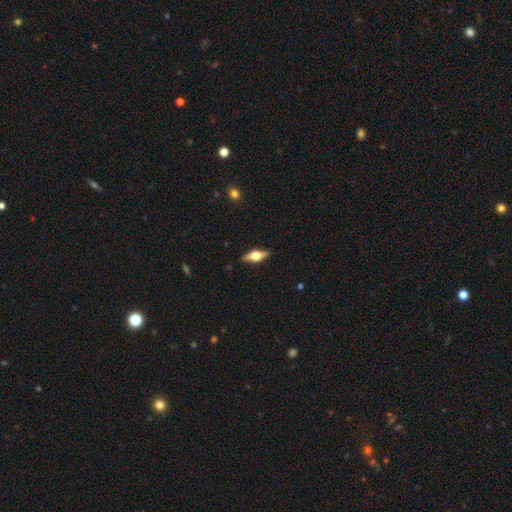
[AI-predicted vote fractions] The model was most divided on "smooth or featured": featured or disk: 67%, smooth: 27%, star or artifact: 7%. More confident: edge-on disk — yes (96%); edge-on bulge — rounded (94%); merging — none (87%).